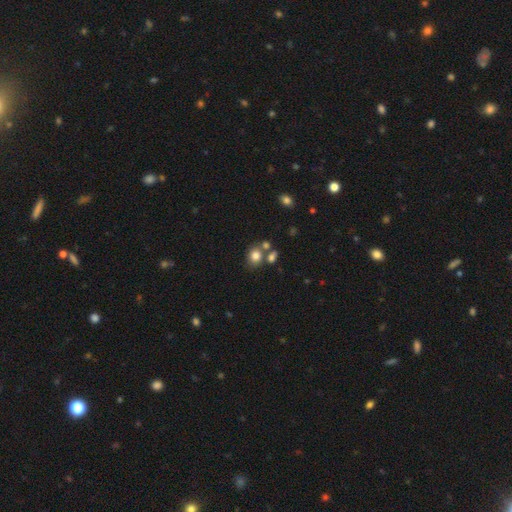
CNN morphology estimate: This is clearly a smooth galaxy (80%). How rounded: likely round (61%). Merging: possibly none (58%).